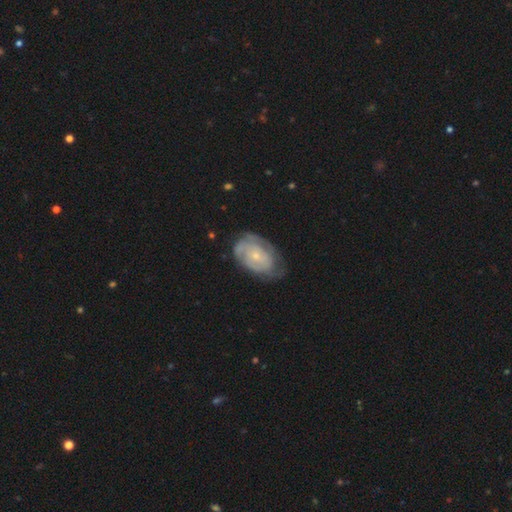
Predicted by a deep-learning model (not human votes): Morphology: type=featured or disk (71%); edge-on=no (96%); bar=no (78%); spiral arms=yes (85%); winding=tight (66%); arm count=can't tell (48%); bulge=small (73%); merging=none (61%).